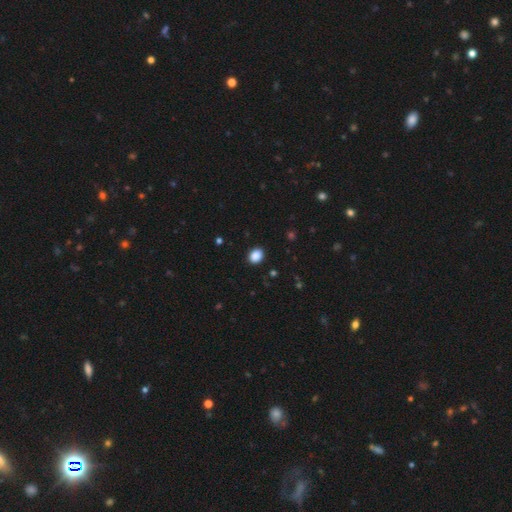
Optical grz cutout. It shows a smooth galaxy with no disk features (90%) that is round (60%). Merging: none (94%).